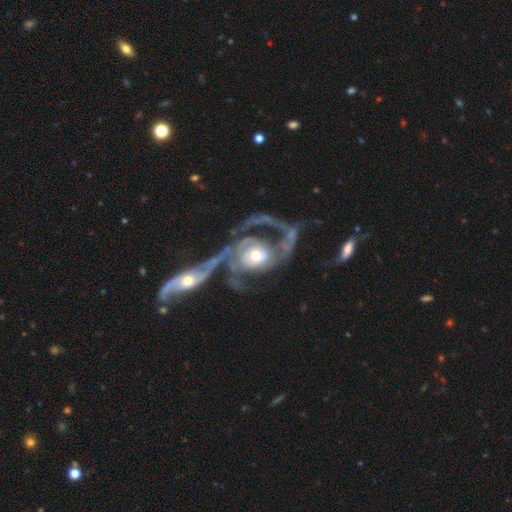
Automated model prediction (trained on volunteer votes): Smooth or featured? featured or disk (78%)
Edge-on disk? no (96%)
Bar? no (71%)
Spiral arms? yes (73%)
Spiral winding? loose (43%)
Spiral arm count? 2 (52%)
Bulge size? moderate (64%)
Merging? merger (40%)